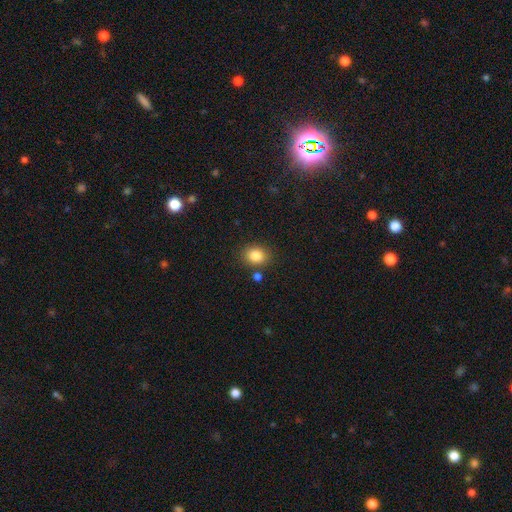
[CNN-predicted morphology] Smooth or featured? Predicted: smooth (p=0.85). How rounded? Predicted: round (p=0.58). Merging? Predicted: none (p=0.82).